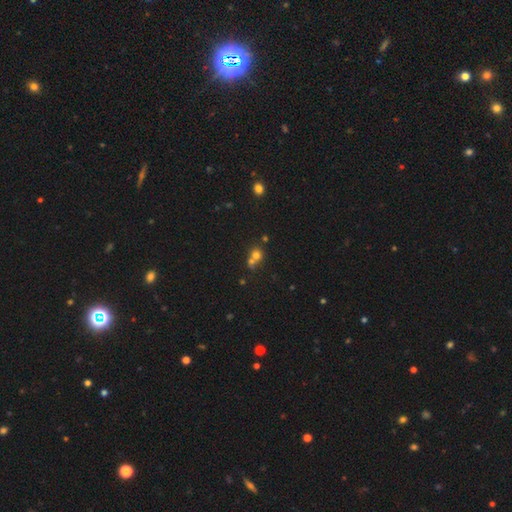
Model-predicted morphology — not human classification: This appears to be a smooth galaxy with no disk features (70%) that is round (81%). Merging: merger (52%).